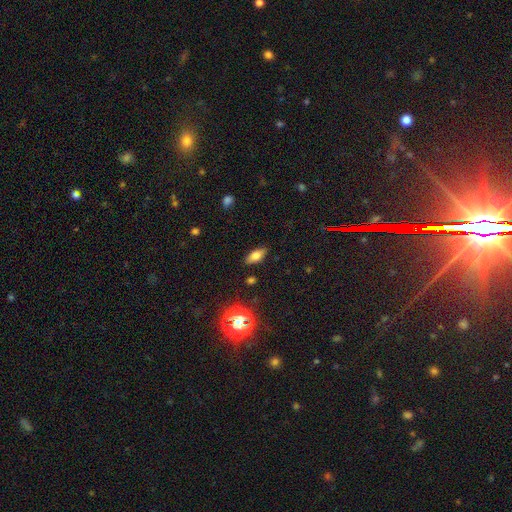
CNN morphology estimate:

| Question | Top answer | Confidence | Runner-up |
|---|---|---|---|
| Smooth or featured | smooth | 69% | featured or disk (19%) |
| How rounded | in between | 81% | cigar-shaped (15%) |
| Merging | none | 86% | minor disturbance (10%) |